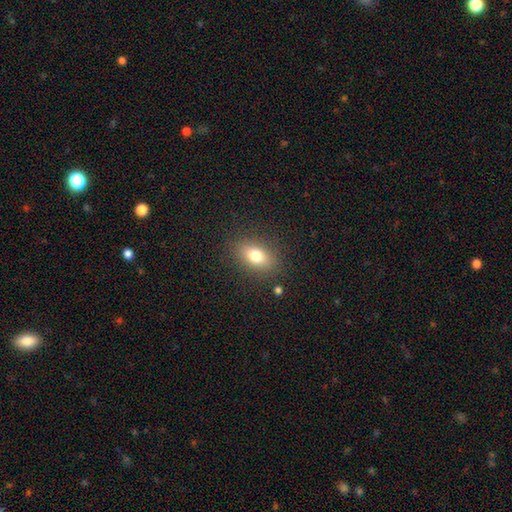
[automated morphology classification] The model was most divided on "how rounded": in between: 79%, round: 17%, cigar-shaped: 4%. More confident: merging — none (85%); smooth or featured — smooth (77%).